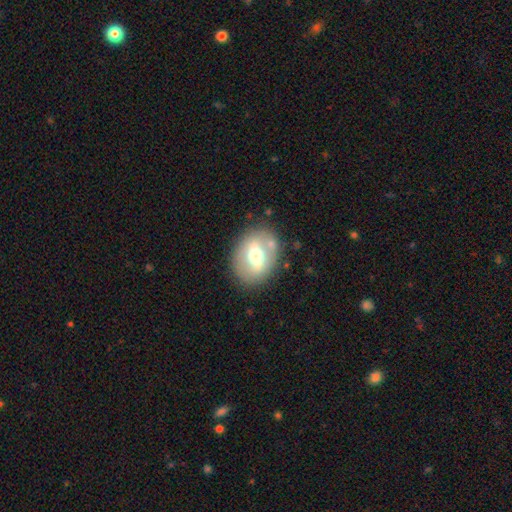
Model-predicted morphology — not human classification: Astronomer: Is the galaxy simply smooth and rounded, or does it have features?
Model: featured or disk — 47% (runner-up: smooth, 46%).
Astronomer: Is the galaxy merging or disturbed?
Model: none — 79%.